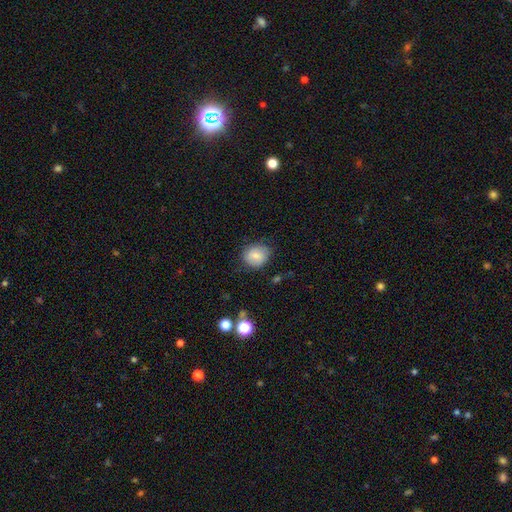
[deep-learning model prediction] Morphology: type=smooth (76%); roundness=round (63%); merging=none (73%).